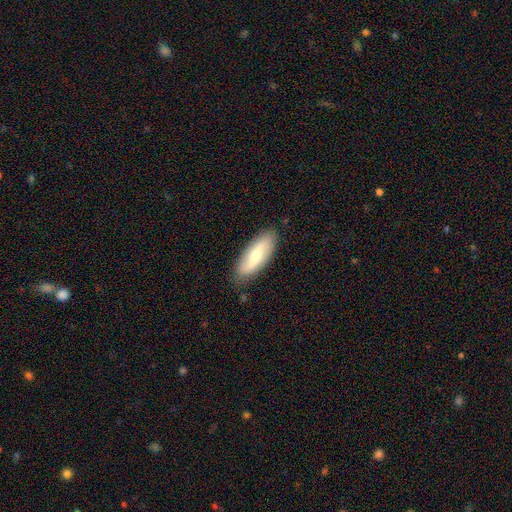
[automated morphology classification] Smooth or featured? Predicted: smooth (p=0.50). Merging? Predicted: none (p=0.86).